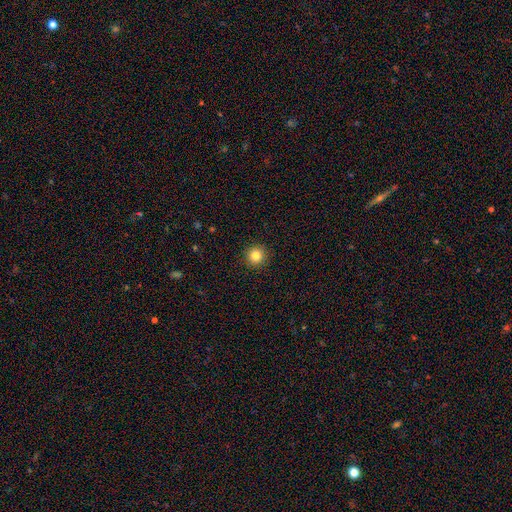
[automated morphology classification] smooth-or-featured: smooth: 82% | star or artifact: 12% | featured or disk: 6%
  how-rounded: round: 96% | in between: 3% | cigar-shaped: 1%
  merging: none: 93% | minor disturbance: 5% | major disturbance: 2% | merger: 1%